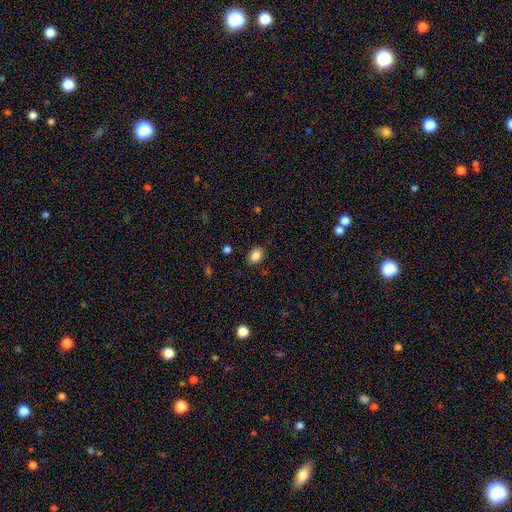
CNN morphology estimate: Overall: smooth (85%). How rounded: in between (72%). Merging: none (85%).